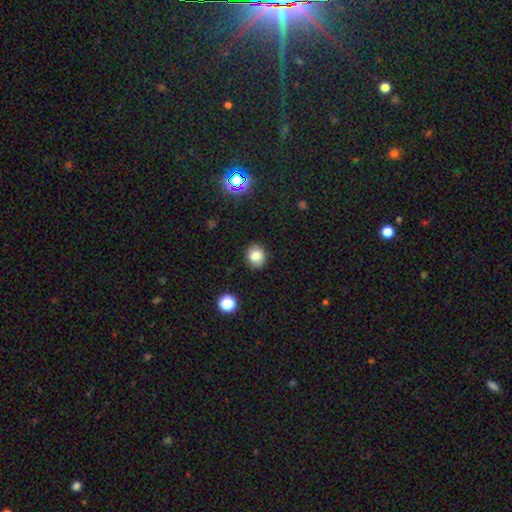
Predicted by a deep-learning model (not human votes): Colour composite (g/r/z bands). It shows a smooth galaxy with no disk features (81%) that is round (69%). Merging: none (88%).